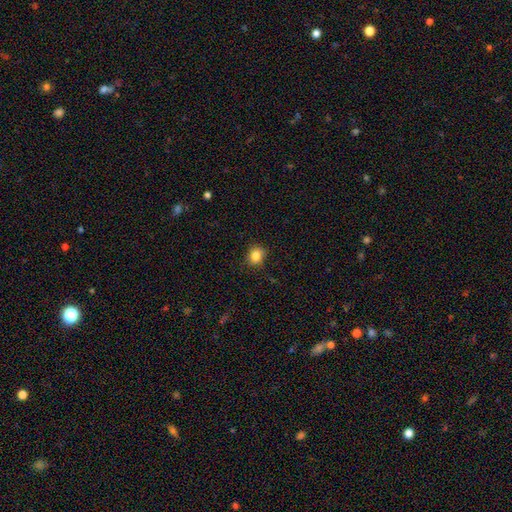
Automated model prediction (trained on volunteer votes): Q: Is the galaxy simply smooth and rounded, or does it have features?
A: smooth — 85%.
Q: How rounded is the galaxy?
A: round — 70%.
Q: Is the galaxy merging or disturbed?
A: none — 85%.